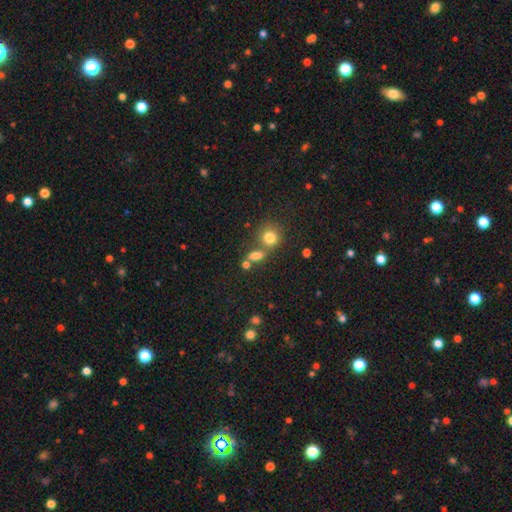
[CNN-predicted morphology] type=smooth (75%); roundness=in between (61%); merging=none (51%).